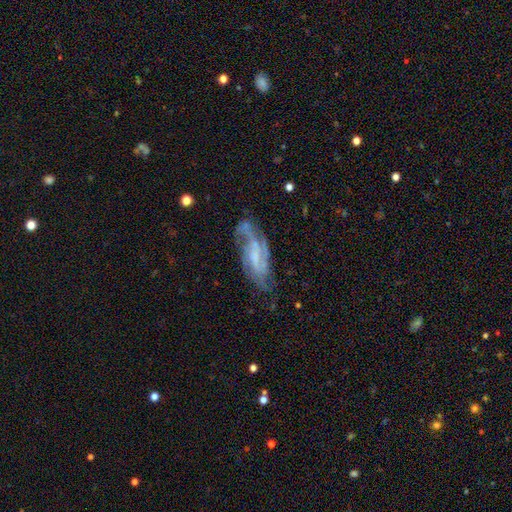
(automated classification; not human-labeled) A featured or disk galaxy (80%) with a weak bar (44%), 2 (32%) medium (45%) spiral arms (92%) and a small central bulge (38%).

Vote fractions:
- Smooth or featured? featured or disk: 80% / smooth: 13% / star or artifact: 7%
- Edge-on disk? no: 91% / yes: 9%
- Bar? weak: 44% / no: 38% / strong: 18%
- Spiral arms? yes: 92% / no: 8%
- Spiral winding? medium: 45% / tight: 35% / loose: 20%
- Spiral arm count? 2: 32% / can't tell: 26% / 3: 25% / 4: 8% / 1: 5% / more than 4: 4%
- Bulge size? small: 38% / none: 33% / moderate: 24% / large: 4% / dominant: 1%
- Merging? none: 59% / minor disturbance: 23% / major disturbance: 15% / merger: 3%